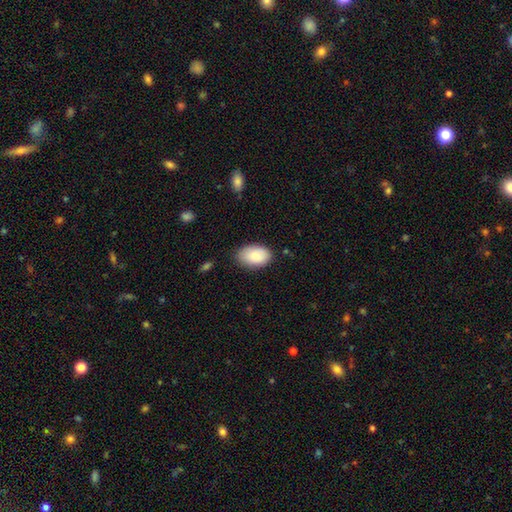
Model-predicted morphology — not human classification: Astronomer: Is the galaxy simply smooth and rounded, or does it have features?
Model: smooth — 86%.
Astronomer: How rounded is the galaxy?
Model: in between — 93%.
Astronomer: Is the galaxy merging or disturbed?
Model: none — 81%.